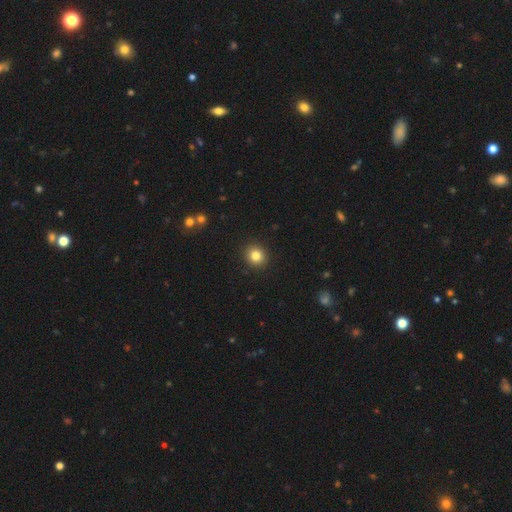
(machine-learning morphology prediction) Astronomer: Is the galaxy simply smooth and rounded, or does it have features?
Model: smooth — 83%.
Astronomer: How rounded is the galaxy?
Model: round — 86%.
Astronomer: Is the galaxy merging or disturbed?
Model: none — 92%.